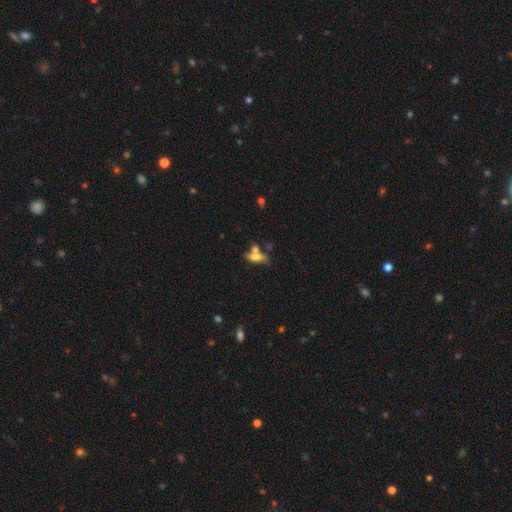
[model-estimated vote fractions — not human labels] This is possibly a smooth galaxy (53%). How rounded: possibly in between (57%). Merging: marginally none (39%).